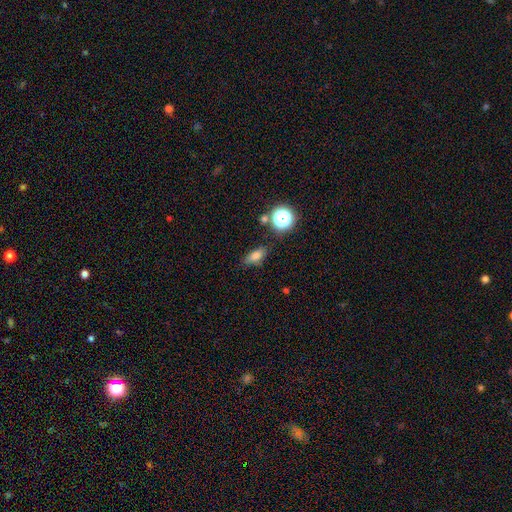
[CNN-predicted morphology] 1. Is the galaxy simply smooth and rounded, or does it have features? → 73% smooth, 14% star or artifact, 13% featured or disk.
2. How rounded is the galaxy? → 71% in between, 16% cigar-shaped, 13% round.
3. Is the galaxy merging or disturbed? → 78% none, 15% minor disturbance, 4% major disturbance, 3% merger.